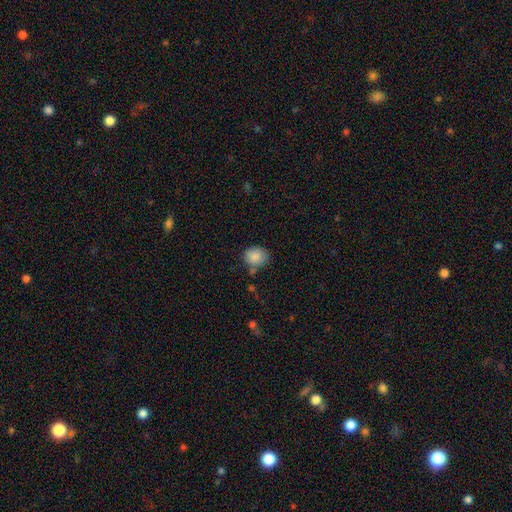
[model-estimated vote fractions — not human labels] Smooth or featured?
  - smooth: 86% *
  - star or artifact: 8%
  - featured or disk: 6%
How rounded?
  - round: 65% *
  - in between: 35%
  - cigar-shaped: 1%
Merging?
  - none: 62% *
  - minor disturbance: 24%
  - merger: 8%
  - major disturbance: 6%